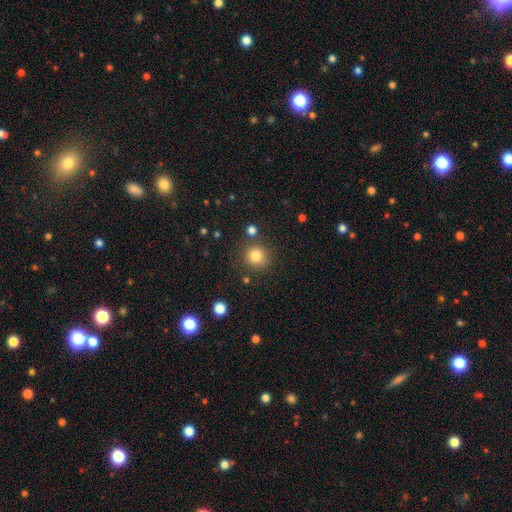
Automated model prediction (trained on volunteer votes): Overall: smooth (81%). How rounded: round (91%). Merging: none (83%).